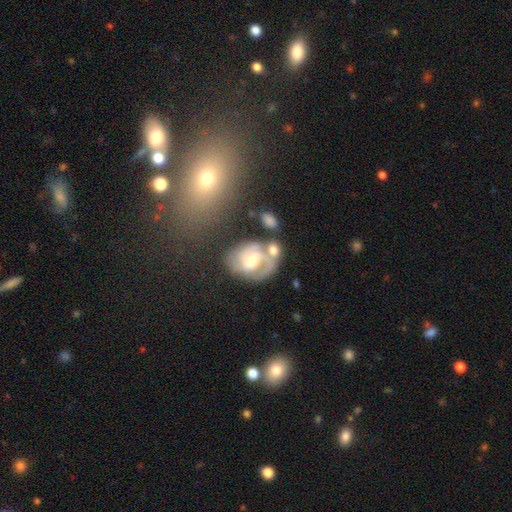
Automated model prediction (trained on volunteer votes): Smooth or featured: featured or disk — 68% (smooth — 24%)
Edge-on disk: no — 97% (yes — 3%)
Bar: no — 50% (weak — 38%)
Spiral arms: yes — 67% (no — 33%)
Bulge size: moderate — 66% (small — 20%)
Merging: none — 49% (minor disturbance — 21%)